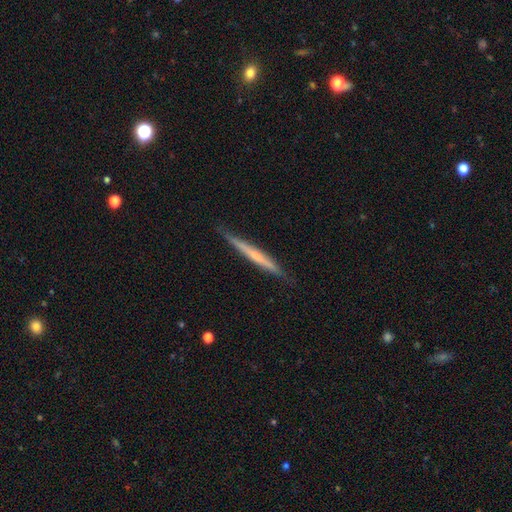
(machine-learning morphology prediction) A featured or disk galaxy (55%) viewed edge-on (97%) with no central bulge (72%). Merging: none (88%).